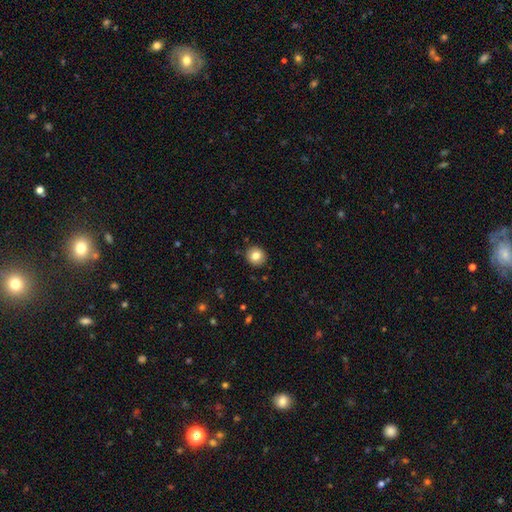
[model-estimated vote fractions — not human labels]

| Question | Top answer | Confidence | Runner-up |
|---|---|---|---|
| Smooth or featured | smooth | 81% | star or artifact (10%) |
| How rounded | round | 88% | in between (12%) |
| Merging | none | 90% | minor disturbance (7%) |